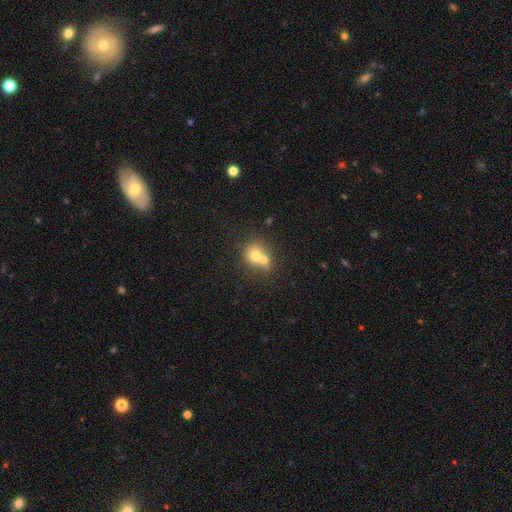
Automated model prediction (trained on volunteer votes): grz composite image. It shows a smooth galaxy with no disk features (69%) that is round (76%). Merging: merger (59%).